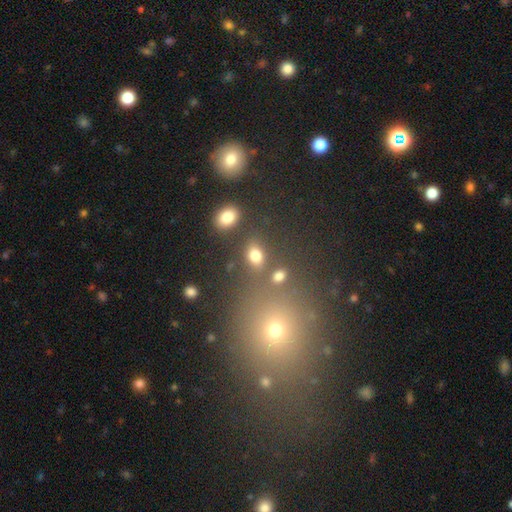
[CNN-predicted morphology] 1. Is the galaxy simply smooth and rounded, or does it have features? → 78% smooth, 14% star or artifact, 8% featured or disk.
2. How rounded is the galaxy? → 76% in between, 21% round, 3% cigar-shaped.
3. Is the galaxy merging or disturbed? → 72% none, 12% minor disturbance, 11% merger, 5% major disturbance.